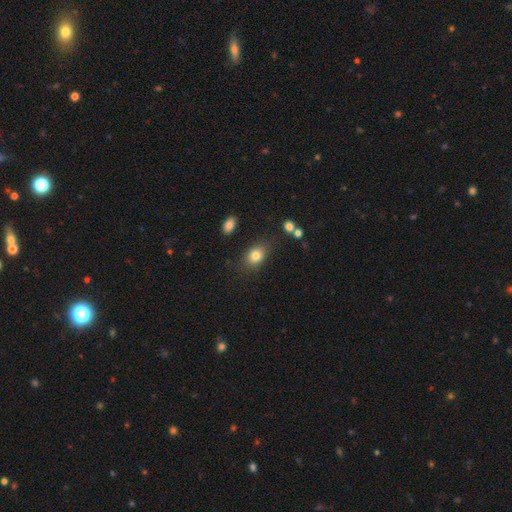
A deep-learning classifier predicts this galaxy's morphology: type=smooth (81%); roundness=in between (68%); merging=none (76%).